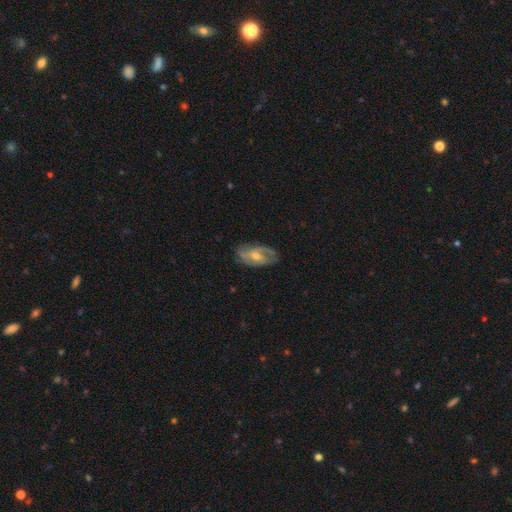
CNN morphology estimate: The model was most divided on "bar": weak: 44%, no: 40%, strong: 15%. Remaining: edge-on disk — no (93%); spiral arms — yes (88%); smooth or featured — featured or disk (75%); merging — none (73%); spiral arm count — 2 (60%); bulge size — moderate (54%); spiral winding — medium (45%).